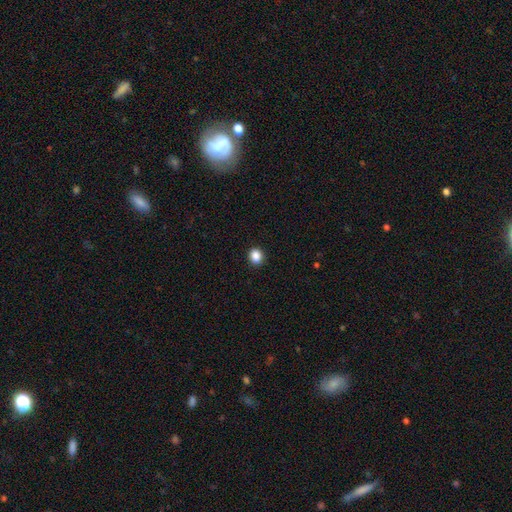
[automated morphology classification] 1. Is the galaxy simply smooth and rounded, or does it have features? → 88% smooth, 10% star or artifact, 2% featured or disk.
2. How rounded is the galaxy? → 74% round, 25% in between, 1% cigar-shaped.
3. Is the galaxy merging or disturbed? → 92% none, 6% minor disturbance, 2% major disturbance, 1% merger.